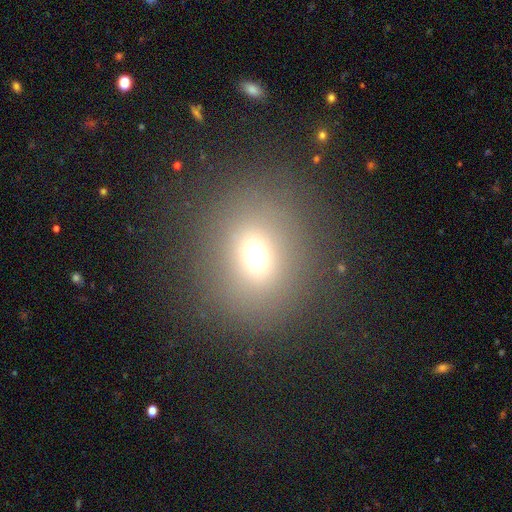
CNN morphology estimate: The model was most divided on "how rounded": round: 72%, in between: 27%, cigar-shaped: 1%. More confident: merging — none (83%); smooth or featured — smooth (67%).